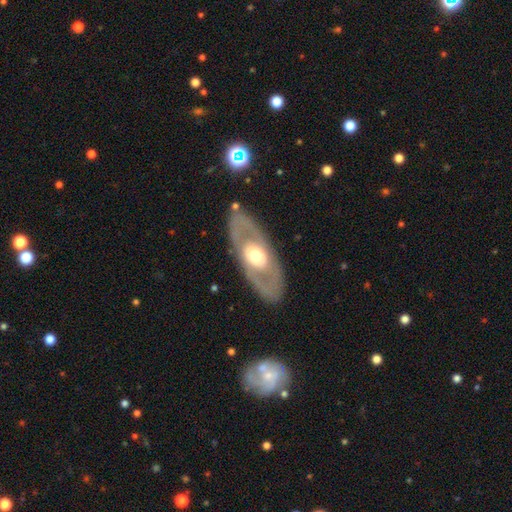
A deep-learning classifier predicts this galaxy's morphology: Smooth or featured? featured or disk (67%)
Edge-on disk? no (85%)
Bar? no (80%)
Spiral arms? no (74%)
Bulge size? moderate (64%)
Merging? none (84%)